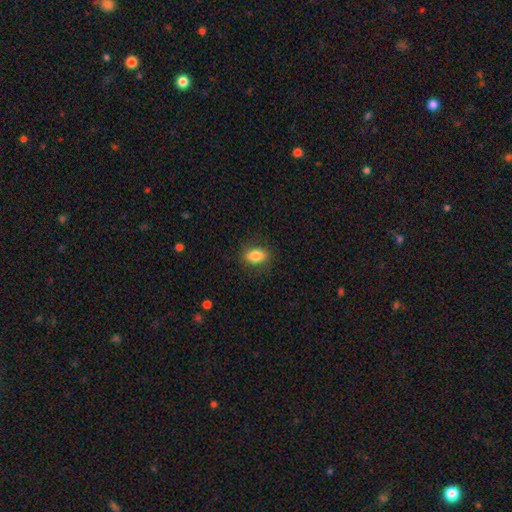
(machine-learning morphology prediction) Smooth or featured? Predicted: smooth (p=0.81). How rounded? Predicted: in between (p=0.83). Merging? Predicted: none (p=0.84).